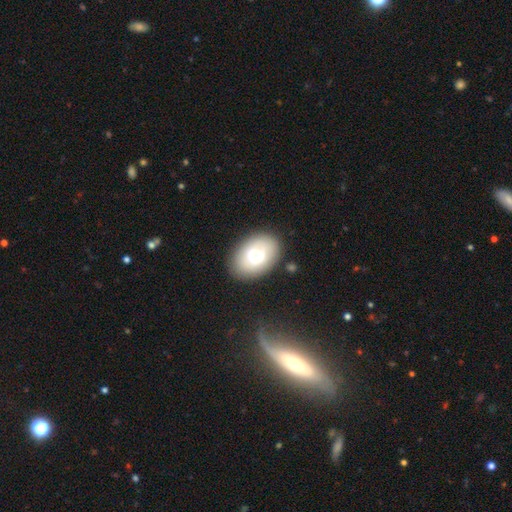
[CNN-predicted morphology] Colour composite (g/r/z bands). It shows a smooth galaxy with no disk features (68%) that is in between round and cigar-shaped (81%). Merging: none (84%).